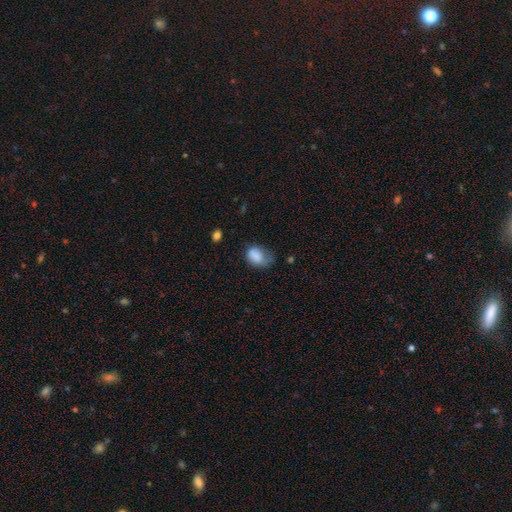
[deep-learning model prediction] A smooth galaxy with no disk features (81%) that is in between round and cigar-shaped (71%).

Vote fractions:
- Smooth or featured? smooth: 81% / featured or disk: 11% / star or artifact: 9%
- How rounded? in between: 71% / round: 28% / cigar-shaped: 1%
- Merging? minor disturbance: 38% / none: 36% / major disturbance: 23% / merger: 3%